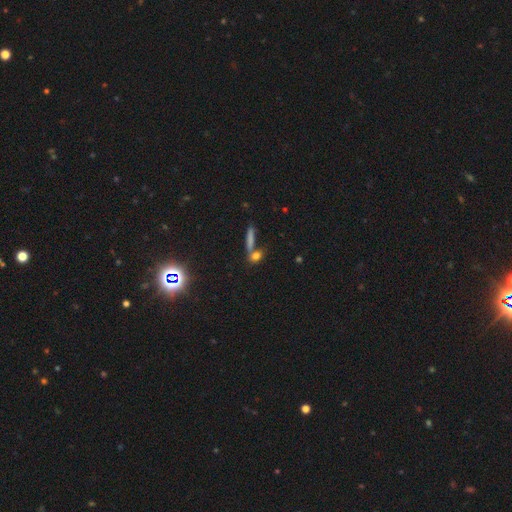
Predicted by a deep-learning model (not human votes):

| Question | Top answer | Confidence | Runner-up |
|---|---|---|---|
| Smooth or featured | smooth | 71% | star or artifact (16%) |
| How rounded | in between | 38% | cigar-shaped (33%) |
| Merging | none | 58% | merger (27%) |